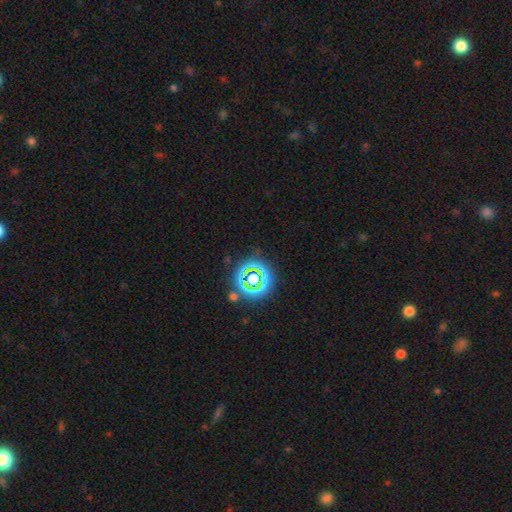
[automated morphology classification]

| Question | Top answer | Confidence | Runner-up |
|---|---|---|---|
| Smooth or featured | star or artifact | 63% | smooth (30%) |